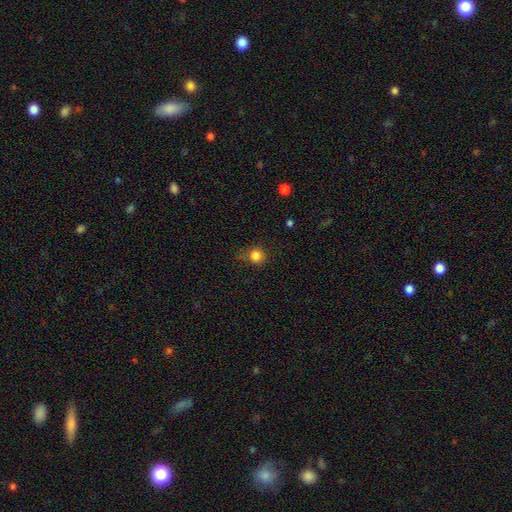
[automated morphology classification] type=smooth (83%); roundness=round (88%); merging=none (72%).